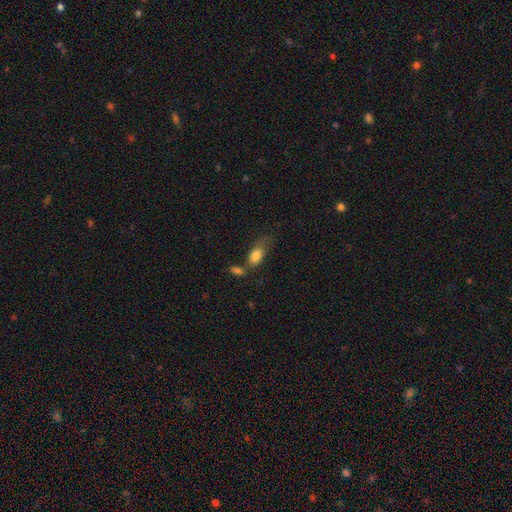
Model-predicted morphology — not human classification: The model was most divided on "merging": none: 36%, merger: 25%, minor disturbance: 24%, major disturbance: 15%. More confident: how rounded — in between (86%); smooth or featured — smooth (80%).